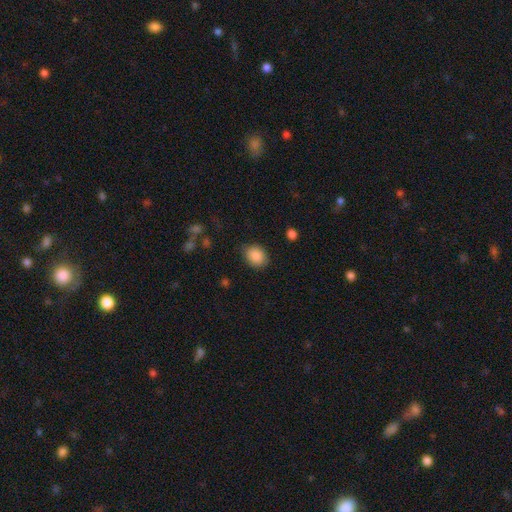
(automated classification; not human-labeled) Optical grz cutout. It shows a smooth galaxy with no disk features (88%) that is in between round and cigar-shaped (50%). Merging: none (79%).